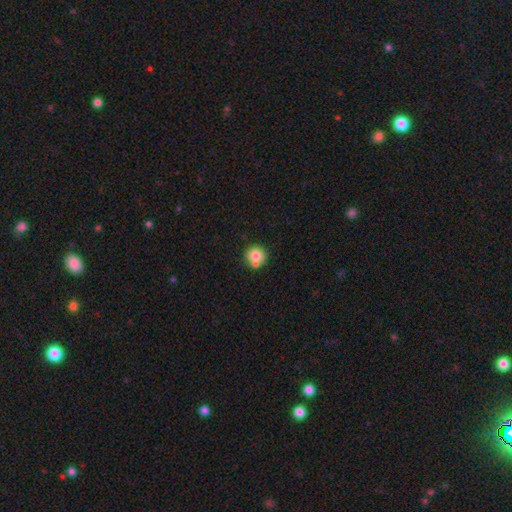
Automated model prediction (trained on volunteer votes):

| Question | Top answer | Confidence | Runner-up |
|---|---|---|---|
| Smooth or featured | smooth | 77% | featured or disk (13%) |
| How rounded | round | 90% | in between (9%) |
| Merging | none | 59% | merger (28%) |